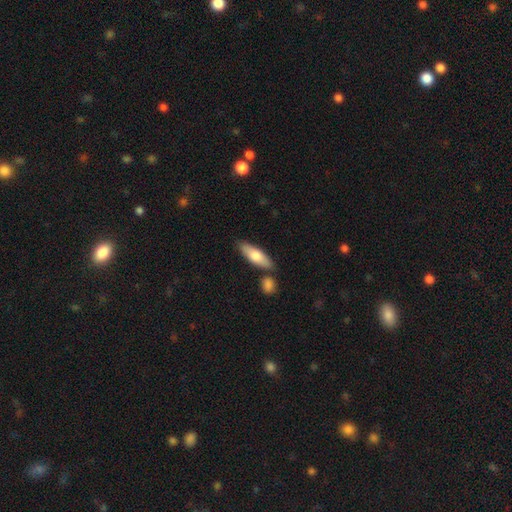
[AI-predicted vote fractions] smooth_or_featured: smooth (p=0.72) [alt: featured or disk p=0.23]
how_rounded: in between (p=0.57) [alt: cigar-shaped p=0.41]
merging: none (p=0.76) [alt: minor disturbance p=0.11]